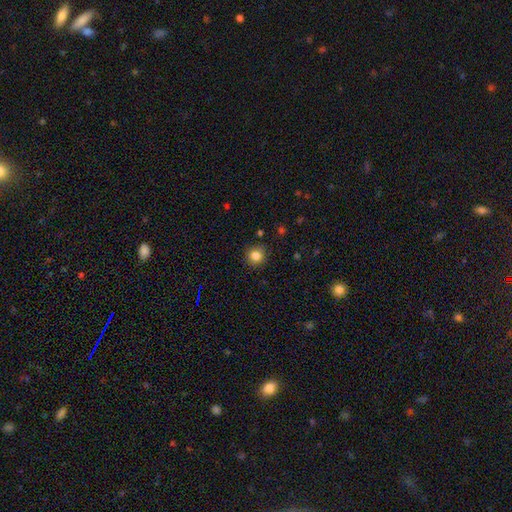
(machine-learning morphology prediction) Smooth or featured?
  - smooth: 83% *
  - star or artifact: 12%
  - featured or disk: 5%
How rounded?
  - round: 90% *
  - in between: 9%
  - cigar-shaped: 1%
Merging?
  - none: 87% *
  - minor disturbance: 9%
  - major disturbance: 2%
  - merger: 1%